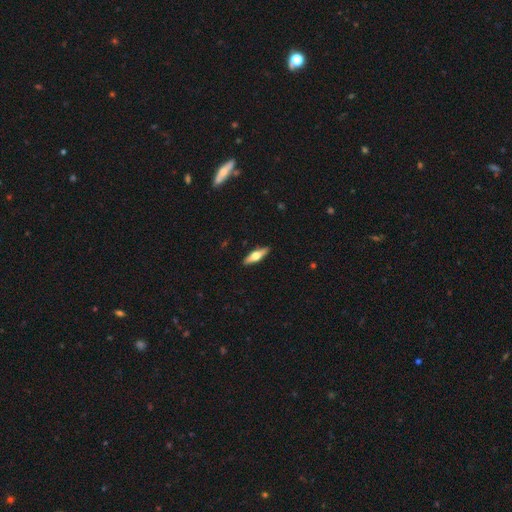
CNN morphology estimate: type=featured or disk (49%); merging=none (90%).